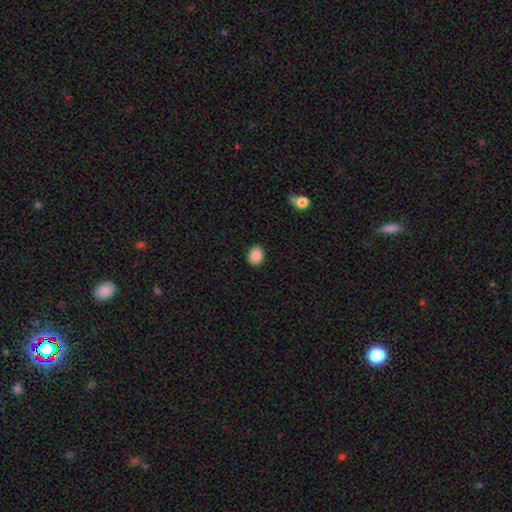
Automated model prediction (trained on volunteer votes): smooth 88%, star or artifact 8%, featured or disk 3%. Down the decision tree: how rounded — in between (52%); merging — none (88%).